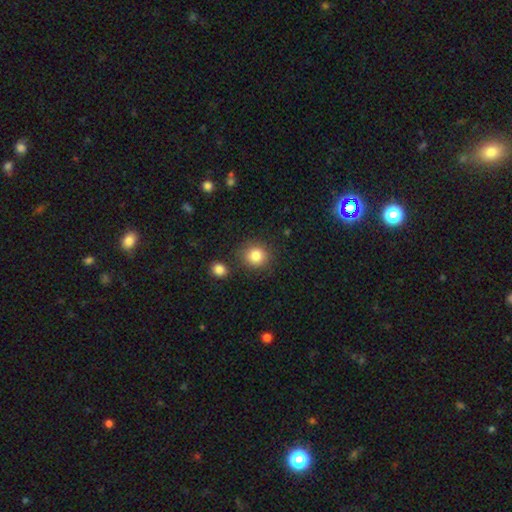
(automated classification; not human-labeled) smooth-or-featured: smooth: 84% | star or artifact: 10% | featured or disk: 6%
  how-rounded: round: 83% | in between: 16% | cigar-shaped: 1%
  merging: none: 83% | minor disturbance: 9% | merger: 5% | major disturbance: 3%